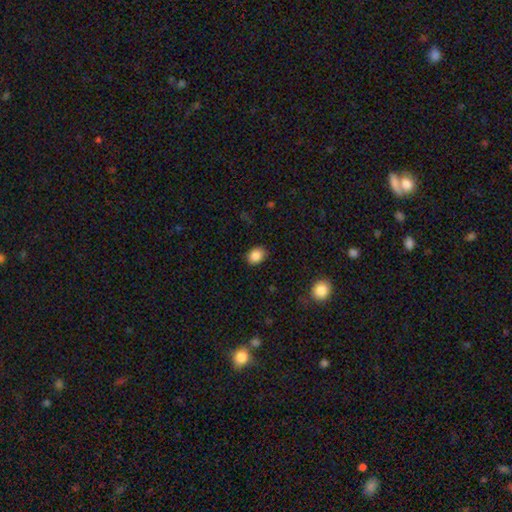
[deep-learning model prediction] A smooth galaxy with no disk features (86%) that is in between round and cigar-shaped (56%).

Vote fractions:
- Smooth or featured? smooth: 86% / star or artifact: 9% / featured or disk: 5%
- How rounded? in between: 56% / round: 43% / cigar-shaped: 1%
- Merging? none: 85% / minor disturbance: 11% / major disturbance: 3% / merger: 1%